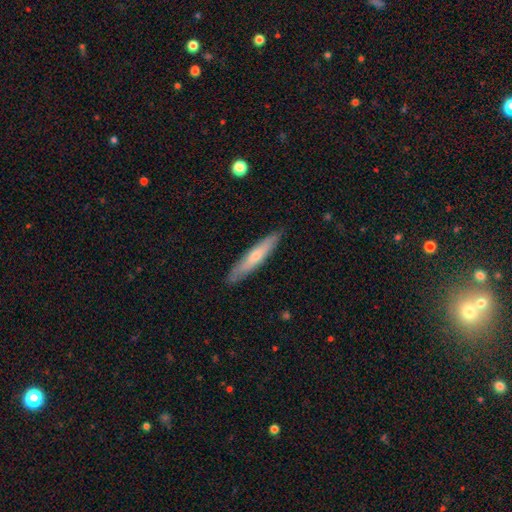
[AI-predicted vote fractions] Smooth or featured?
  - smooth: 59% *
  - featured or disk: 35%
  - star or artifact: 5%
How rounded?
  - cigar-shaped: 90% *
  - in between: 9%
  - round: 1%
Merging?
  - none: 88% *
  - minor disturbance: 9%
  - major disturbance: 2%
  - merger: 1%